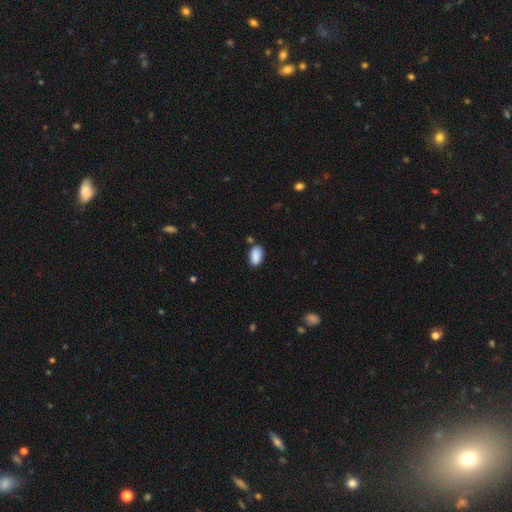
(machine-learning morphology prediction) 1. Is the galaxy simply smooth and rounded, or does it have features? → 89% smooth, 7% star or artifact, 4% featured or disk.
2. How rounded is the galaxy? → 92% in between, 6% round, 2% cigar-shaped.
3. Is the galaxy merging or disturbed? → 77% none, 15% minor disturbance, 5% merger, 3% major disturbance.